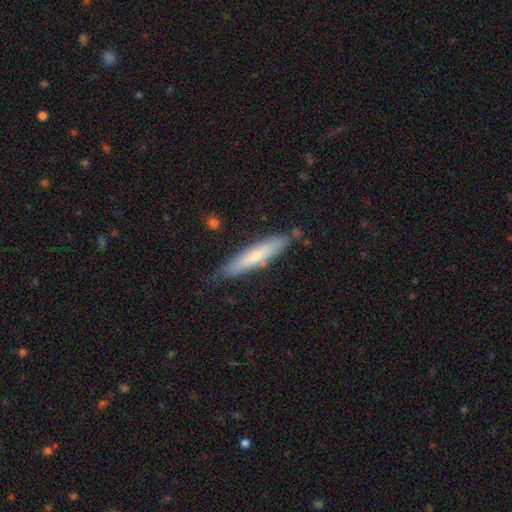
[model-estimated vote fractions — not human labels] A smooth galaxy with no disk features (59%) that is cigar-shaped (85%).

Vote fractions:
- Smooth or featured? smooth: 59% / featured or disk: 35% / star or artifact: 6%
- How rounded? cigar-shaped: 85% / in between: 14% / round: 1%
- Merging? none: 78% / minor disturbance: 17% / major disturbance: 3% / merger: 3%